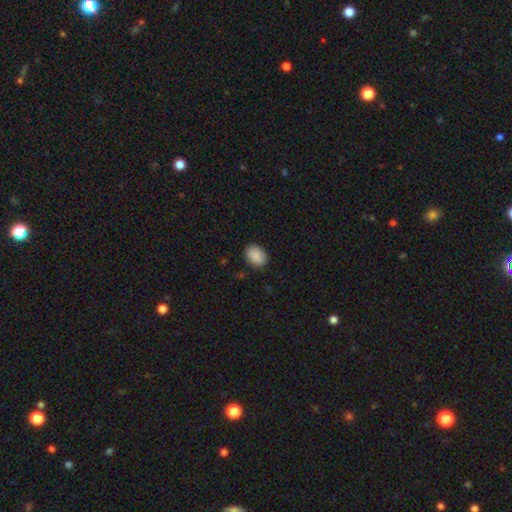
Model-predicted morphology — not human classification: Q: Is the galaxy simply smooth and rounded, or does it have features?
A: smooth — 90%.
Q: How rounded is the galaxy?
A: in between — 70%.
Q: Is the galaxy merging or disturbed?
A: none — 86%.